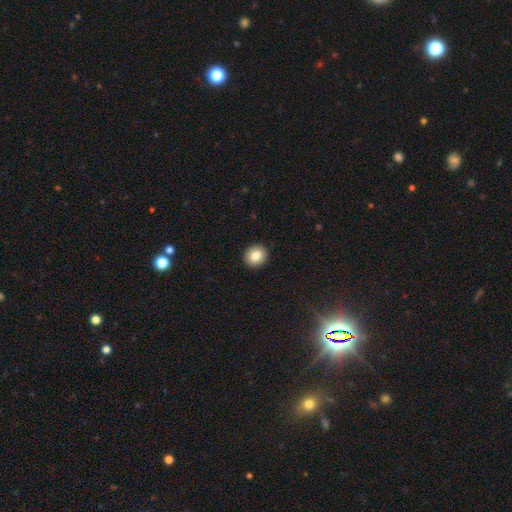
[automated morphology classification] type=smooth (82%); roundness=round (82%); merging=none (93%).